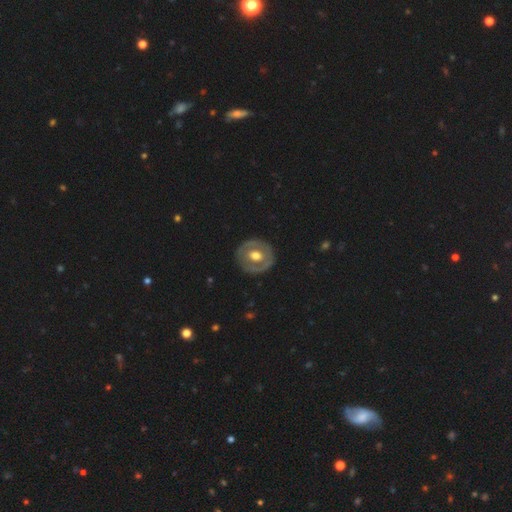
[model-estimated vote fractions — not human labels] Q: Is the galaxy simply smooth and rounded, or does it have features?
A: featured or disk — 59%.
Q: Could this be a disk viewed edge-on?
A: no — 95%.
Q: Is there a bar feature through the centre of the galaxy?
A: no — 62%.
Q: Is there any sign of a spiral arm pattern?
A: no — 78%.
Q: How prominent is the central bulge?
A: moderate — 64%.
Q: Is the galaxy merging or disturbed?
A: none — 84%.